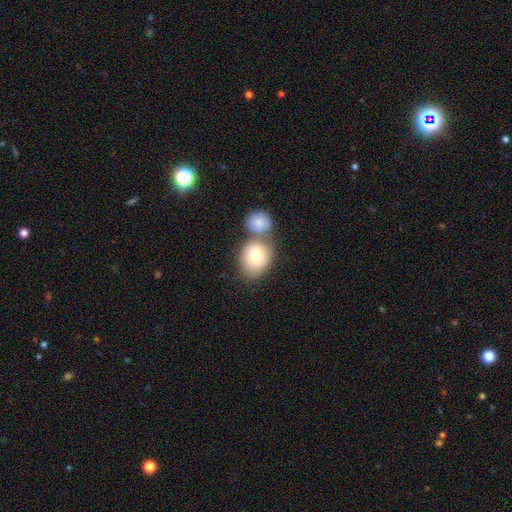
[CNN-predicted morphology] Smooth or featured? Predicted: smooth (p=0.80). How rounded? Predicted: round (p=0.55). Merging? Predicted: merger (p=0.47).